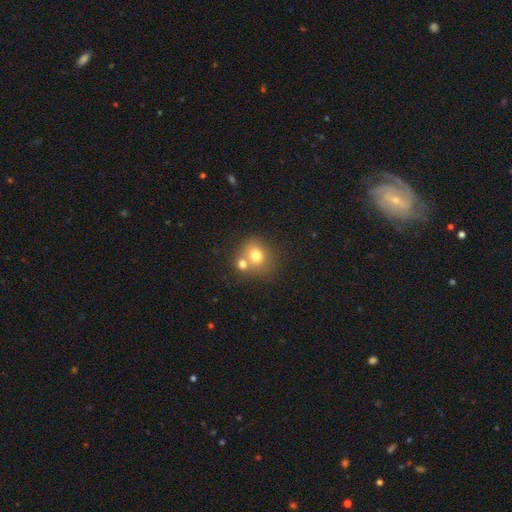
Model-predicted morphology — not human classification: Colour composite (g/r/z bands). It shows a smooth galaxy with no disk features (73%) that is round (75%). Merging: none (47%).